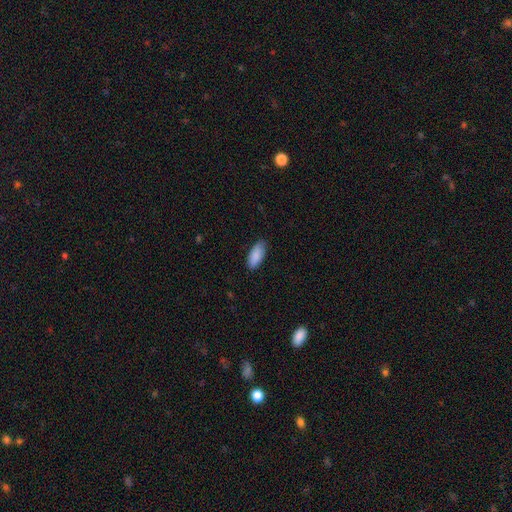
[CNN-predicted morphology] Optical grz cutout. It shows a smooth galaxy with no disk features (89%) that is in between round and cigar-shaped (86%). Merging: none (84%).